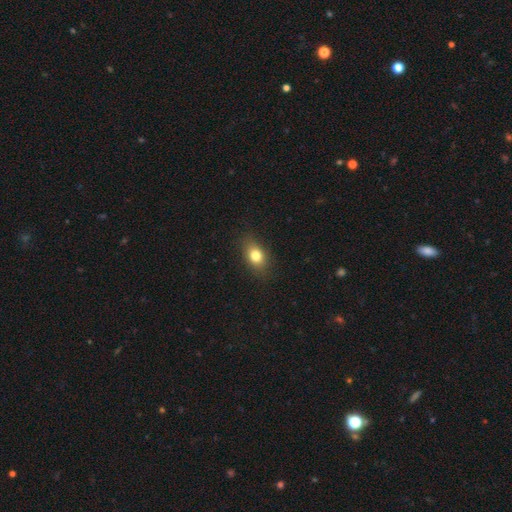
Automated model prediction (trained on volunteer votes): smooth 79%, featured or disk 11%, star or artifact 10%. Down the decision tree: how rounded — in between (73%); merging — none (83%).